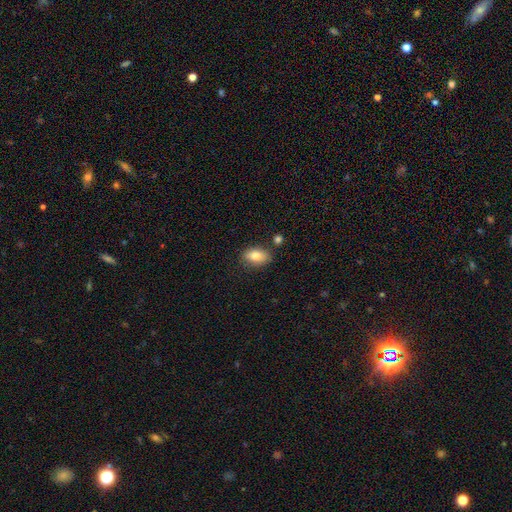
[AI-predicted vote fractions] smooth-or-featured: smooth: 83% | featured or disk: 10% | star or artifact: 8%
  how-rounded: in between: 88% | round: 10% | cigar-shaped: 2%
  merging: none: 78% | minor disturbance: 13% | merger: 5% | major disturbance: 3%